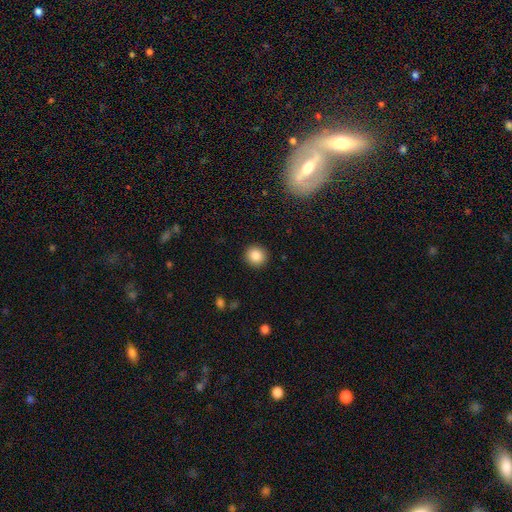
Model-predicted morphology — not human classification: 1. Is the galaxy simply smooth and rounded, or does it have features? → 86% smooth, 9% star or artifact, 5% featured or disk.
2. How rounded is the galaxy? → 92% round, 7% in between, 1% cigar-shaped.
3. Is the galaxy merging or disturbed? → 92% none, 5% minor disturbance, 2% major disturbance, 1% merger.